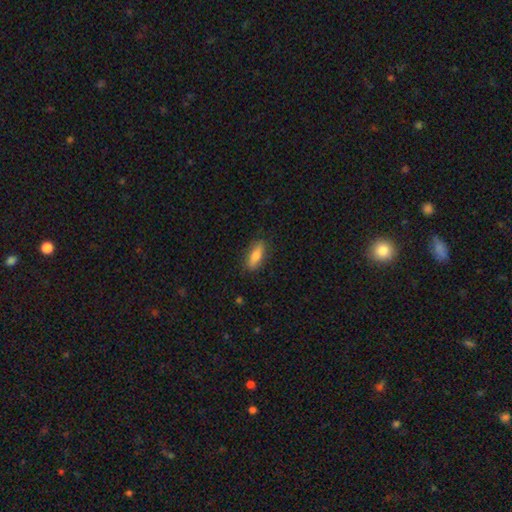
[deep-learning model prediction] Smooth or featured?
  - smooth: 73% *
  - featured or disk: 20%
  - star or artifact: 6%
How rounded?
  - in between: 64% *
  - cigar-shaped: 33%
  - round: 3%
Merging?
  - none: 84% *
  - minor disturbance: 13%
  - major disturbance: 3%
  - merger: 1%